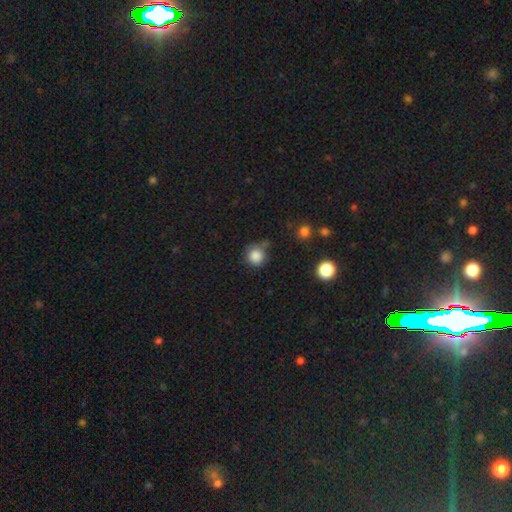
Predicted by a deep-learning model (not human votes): This is clearly a smooth galaxy (85%). How rounded: clearly round (91%). Merging: likely none (66%).